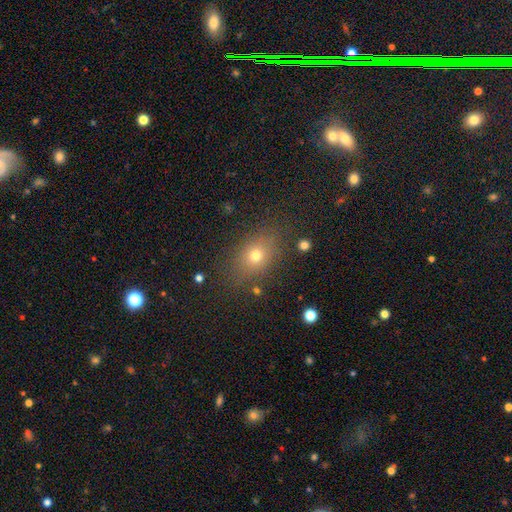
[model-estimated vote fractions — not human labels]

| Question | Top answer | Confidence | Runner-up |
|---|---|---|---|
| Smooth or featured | smooth | 69% | star or artifact (17%) |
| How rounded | in between | 63% | round (34%) |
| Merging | none | 79% | minor disturbance (13%) |